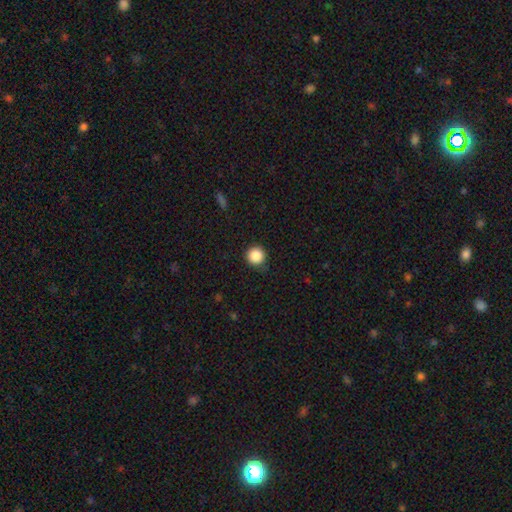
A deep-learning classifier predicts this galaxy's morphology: A smooth galaxy with no disk features (87%) that is round (95%). Merging: none (88%).